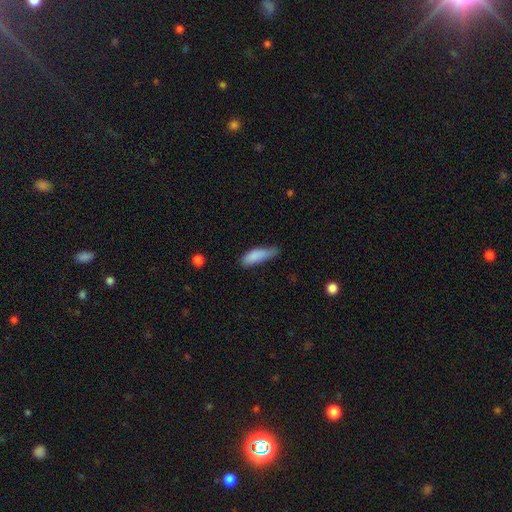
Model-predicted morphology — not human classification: Smooth or featured: smooth — 85% (featured or disk — 8%)
How rounded: in between — 55% (cigar-shaped — 42%)
Merging: minor disturbance — 46% (none — 39%)